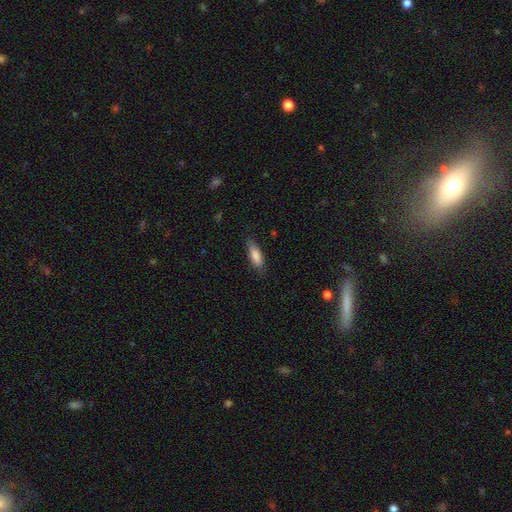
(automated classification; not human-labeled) Smooth or featured? Predicted: smooth (p=0.84). How rounded? Predicted: in between (p=0.60). Merging? Predicted: none (p=0.78).